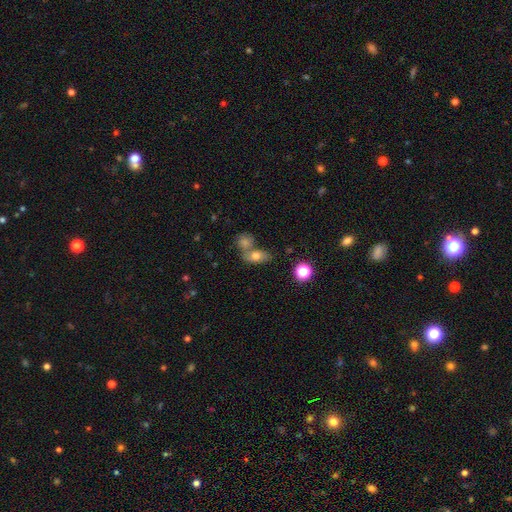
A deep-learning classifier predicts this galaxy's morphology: A smooth galaxy with no disk features (72%) that is in between round and cigar-shaped (76%).

Vote fractions:
- Smooth or featured? smooth: 72% / featured or disk: 16% / star or artifact: 12%
- How rounded? in between: 76% / round: 20% / cigar-shaped: 4%
- Merging? merger: 43% / none: 41% / minor disturbance: 11% / major disturbance: 5%